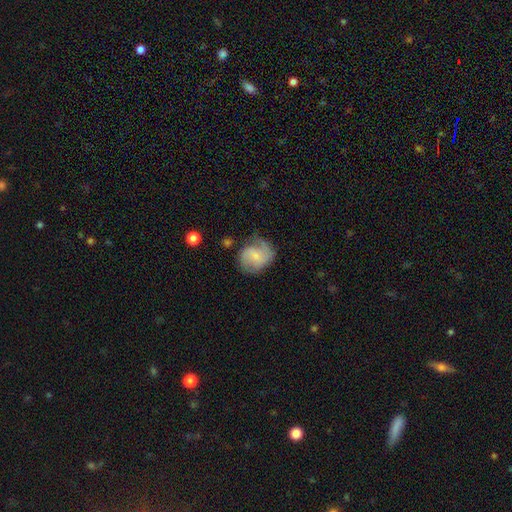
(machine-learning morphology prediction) Smooth or featured? featured or disk (56%)
Edge-on disk? no (98%)
Bar? no (47%)
Spiral arms? yes (88%)
Bulge size? small (55%)
Merging? none (55%)